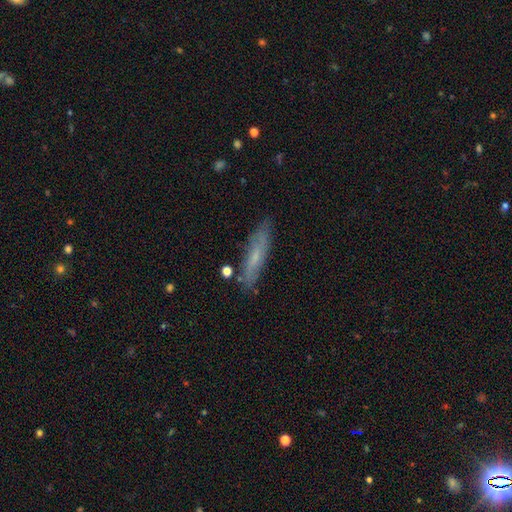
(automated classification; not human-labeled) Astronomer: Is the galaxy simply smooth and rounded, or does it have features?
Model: smooth — 47% (runner-up: featured or disk, 46%).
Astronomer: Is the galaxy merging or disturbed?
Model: none — 79%.